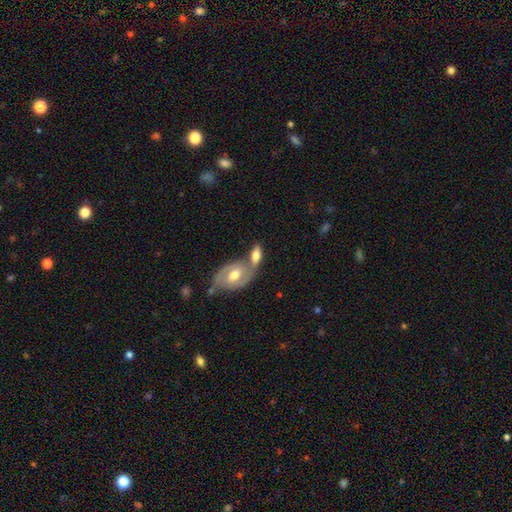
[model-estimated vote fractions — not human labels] This appears to be a smooth galaxy with no disk features (52%) that is in between round and cigar-shaped (84%). Merging: merger (49%).